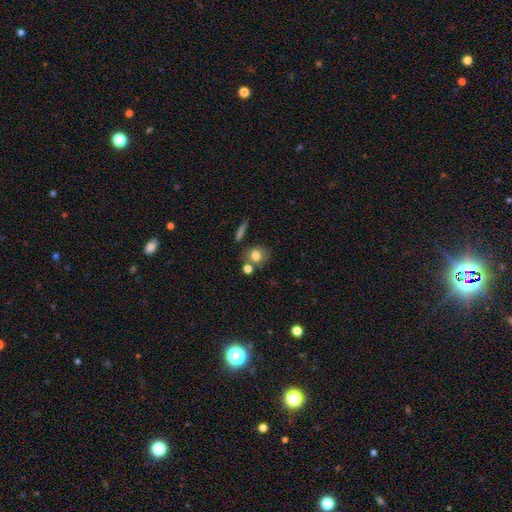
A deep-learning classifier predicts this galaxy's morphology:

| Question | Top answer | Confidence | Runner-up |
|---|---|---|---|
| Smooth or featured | smooth | 76% | featured or disk (14%) |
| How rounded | round | 74% | in between (24%) |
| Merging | none | 62% | merger (20%) |